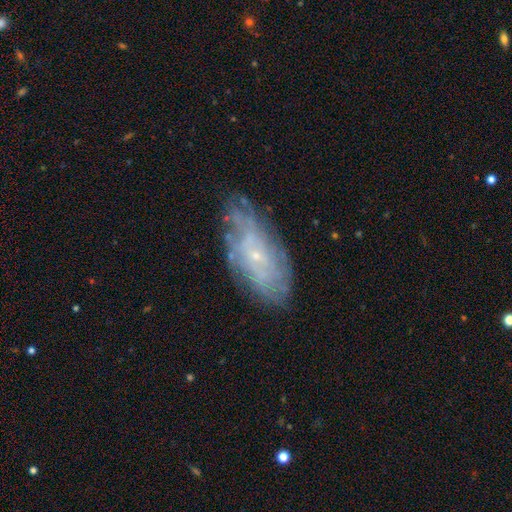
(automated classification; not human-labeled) smooth-or-featured: featured or disk: 70% | smooth: 22% | star or artifact: 8%
  disk-edge-on: no: 89% | yes: 11%
    bar: no: 75% | weak: 21% | strong: 4%
    has-spiral-arms: yes: 75% | no: 25%
    bulge-size: small: 84% | moderate: 10% | none: 4% | large: 1% | dominant: 1%
  merging: none: 72% | minor disturbance: 20% | major disturbance: 6% | merger: 2%